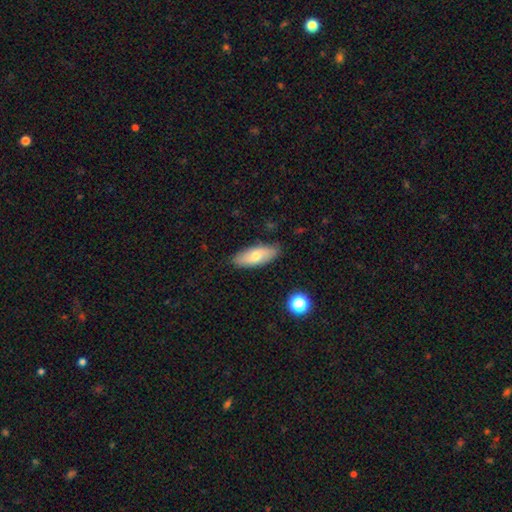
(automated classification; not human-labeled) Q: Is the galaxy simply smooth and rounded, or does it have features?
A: smooth — 69%.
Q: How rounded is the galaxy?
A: in between — 78%.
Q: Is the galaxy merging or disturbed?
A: none — 85%.